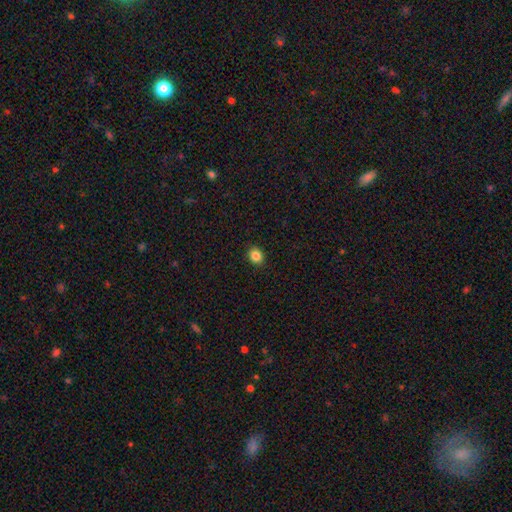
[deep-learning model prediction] Q: Smooth or featured?
A: smooth (85%); runner-up: star or artifact (11%)
Q: How rounded?
A: round (68%); runner-up: in between (31%)
Q: Merging?
A: none (92%); runner-up: minor disturbance (6%)